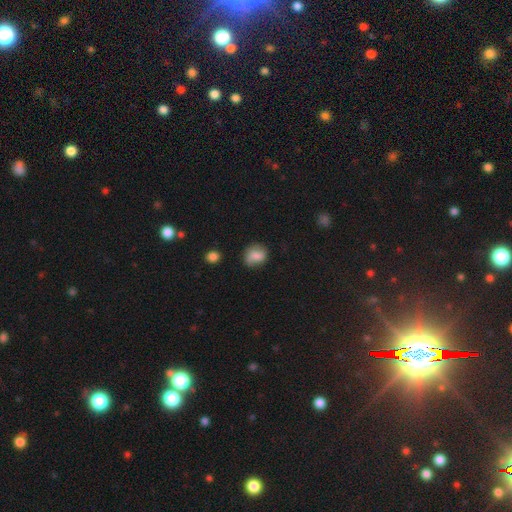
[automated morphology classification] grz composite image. It shows a smooth galaxy with no disk features (68%) that is round (58%). Merging: none (64%).